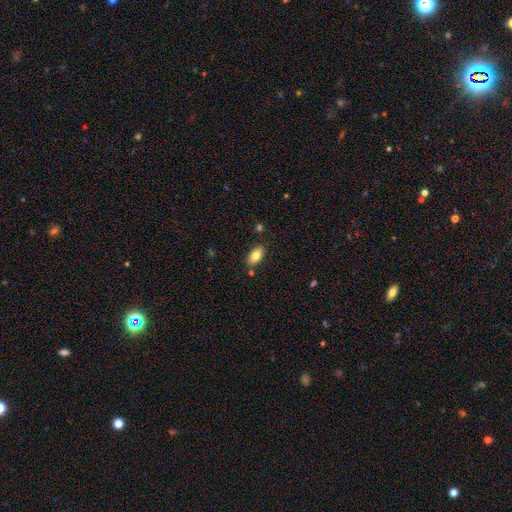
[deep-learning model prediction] Morphology: type=smooth (80%); roundness=in between (92%); merging=none (83%).